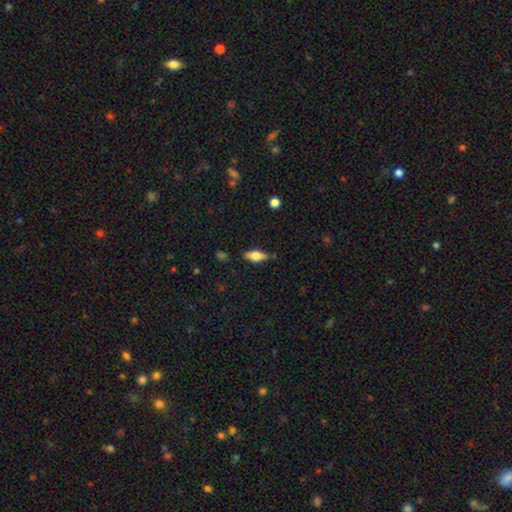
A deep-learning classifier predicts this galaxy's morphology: This appears to be a smooth galaxy with no disk features (62%) that is in between round and cigar-shaped (73%). Merging: none (80%).